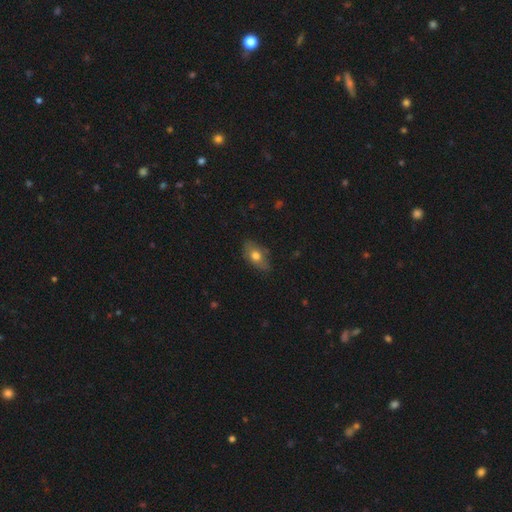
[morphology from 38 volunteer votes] This is likely a smooth galaxy (74%). How rounded: clearly in between (82%). Merging: likely none (63%).